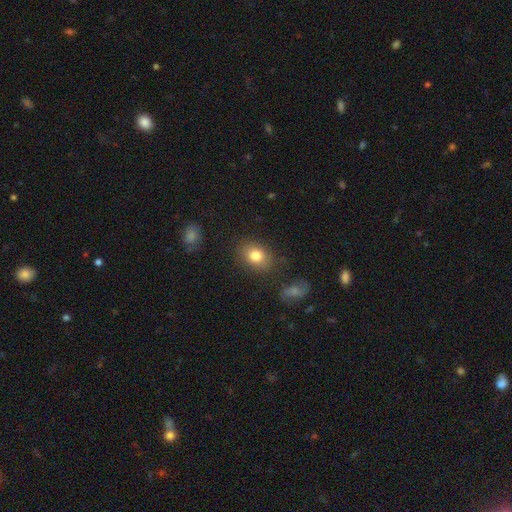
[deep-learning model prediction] This appears to be a smooth galaxy with no disk features (81%) that is in between round and cigar-shaped (63%). Merging: none (82%).